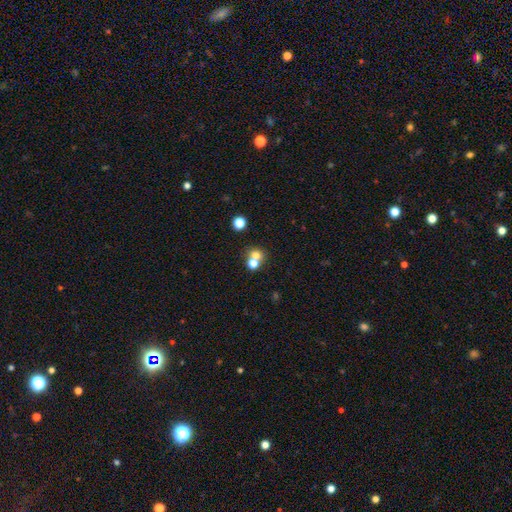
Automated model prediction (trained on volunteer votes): The model was most divided on "merging": merger: 48%, none: 42%, minor disturbance: 6%, major disturbance: 4%. More confident: how rounded — round (77%); smooth or featured — smooth (69%).